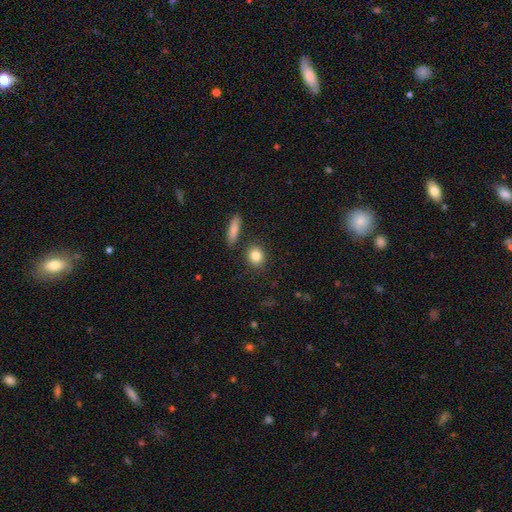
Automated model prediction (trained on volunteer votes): A smooth galaxy with no disk features (84%) that is round (70%). Merging: none (84%).